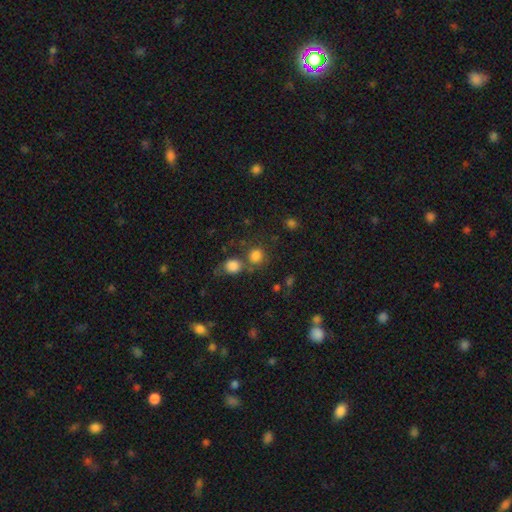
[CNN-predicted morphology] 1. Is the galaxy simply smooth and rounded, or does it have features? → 82% smooth, 13% star or artifact, 6% featured or disk.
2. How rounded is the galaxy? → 82% round, 17% in between, 1% cigar-shaped.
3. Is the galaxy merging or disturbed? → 56% none, 29% merger, 10% minor disturbance, 5% major disturbance.